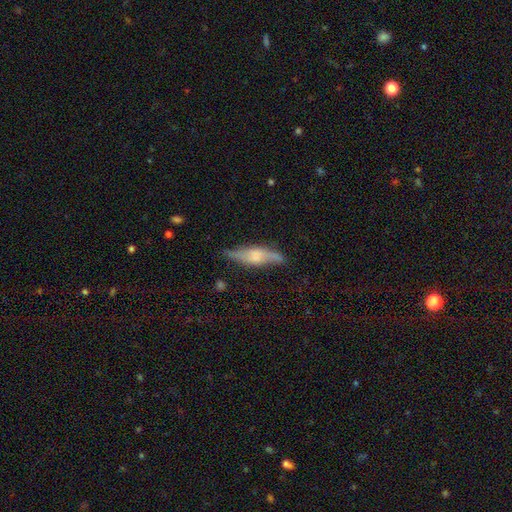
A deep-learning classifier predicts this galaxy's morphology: Q: Smooth or featured?
A: featured or disk (58%); runner-up: smooth (35%)
Q: Edge-on disk?
A: yes (83%); runner-up: no (17%)
Q: Merging?
A: none (74%); runner-up: minor disturbance (19%)